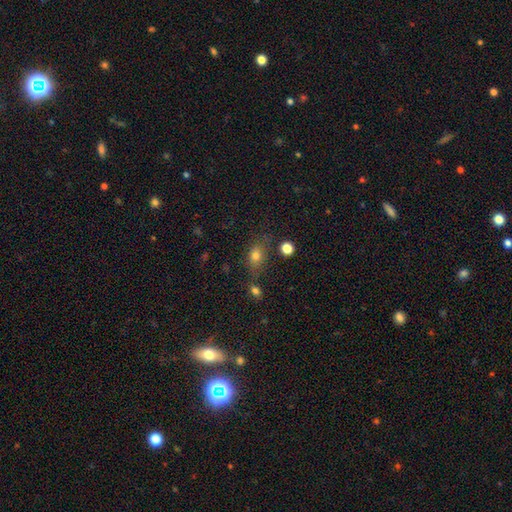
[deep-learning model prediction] Morphology: type=smooth (77%); roundness=in between (66%); merging=none (66%).